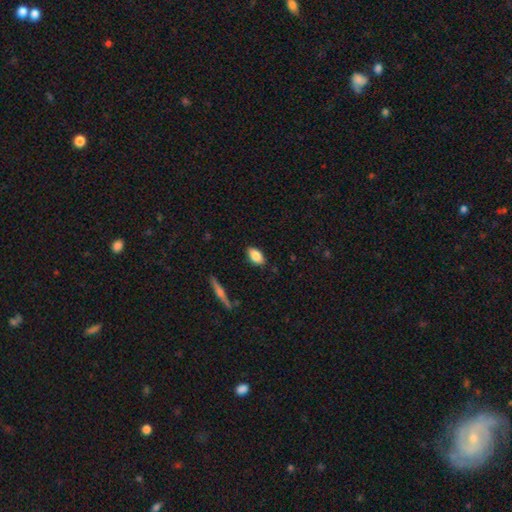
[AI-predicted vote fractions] Smooth or featured: smooth — 84% (featured or disk — 9%)
How rounded: in between — 90% (cigar-shaped — 6%)
Merging: none — 85% (minor disturbance — 11%)